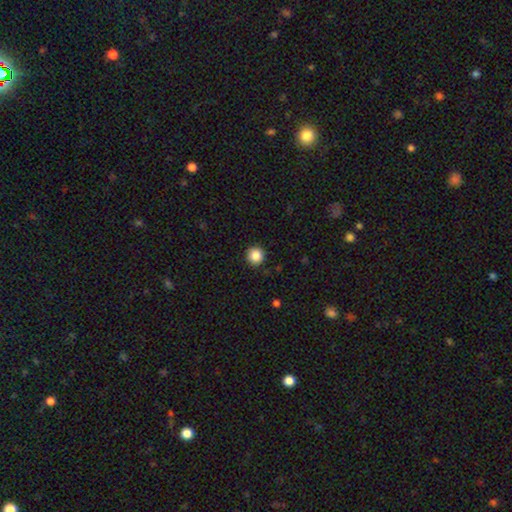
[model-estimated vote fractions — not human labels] Smooth or featured? Predicted: smooth (p=0.86). How rounded? Predicted: round (p=0.95). Merging? Predicted: none (p=0.92).